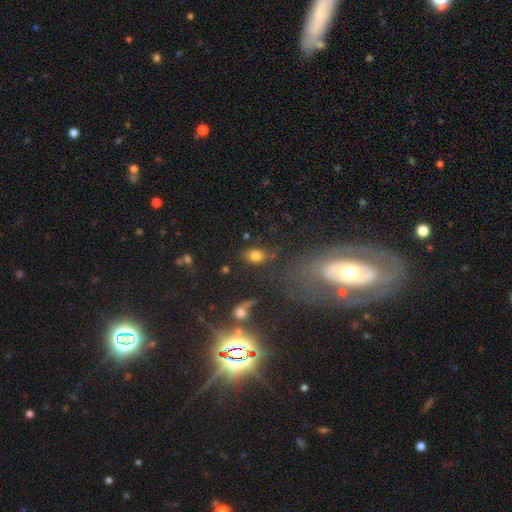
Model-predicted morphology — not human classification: Overall: smooth (80%). How rounded: in between (83%). Merging: none (73%).